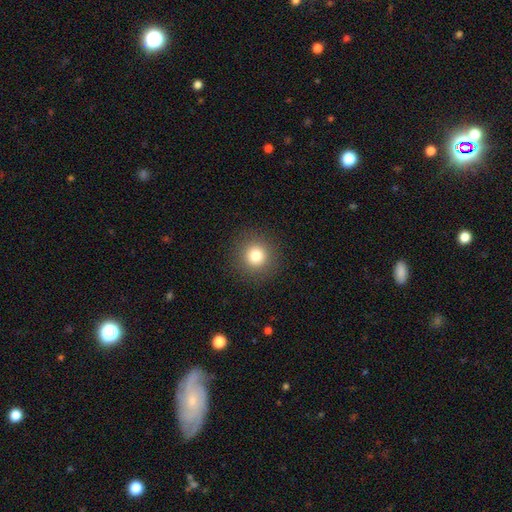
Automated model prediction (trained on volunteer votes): A smooth galaxy with no disk features (79%) that is round (94%). Merging: none (91%).